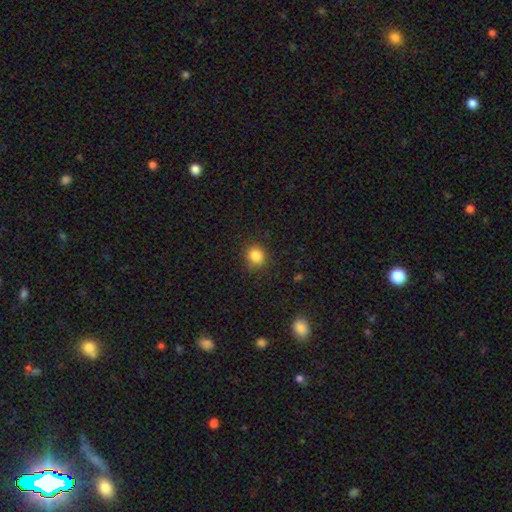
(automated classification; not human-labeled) Smooth or featured? smooth (85%)
How rounded? round (72%)
Merging? none (85%)